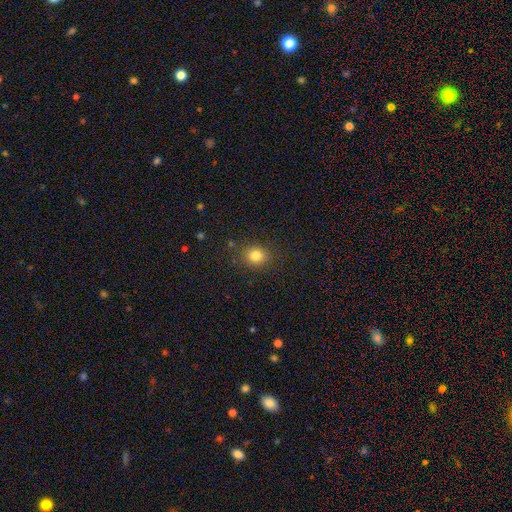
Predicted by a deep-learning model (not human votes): Smooth or featured? Predicted: smooth (p=0.81). How rounded? Predicted: round (p=0.81). Merging? Predicted: none (p=0.86).